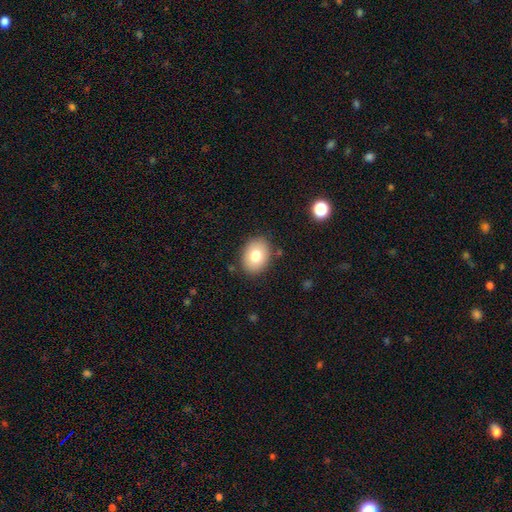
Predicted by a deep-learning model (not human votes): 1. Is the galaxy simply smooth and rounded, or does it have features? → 77% smooth, 15% featured or disk, 9% star or artifact.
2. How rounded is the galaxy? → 66% in between, 34% round, 1% cigar-shaped.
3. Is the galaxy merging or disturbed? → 86% none, 10% minor disturbance, 2% major disturbance, 2% merger.